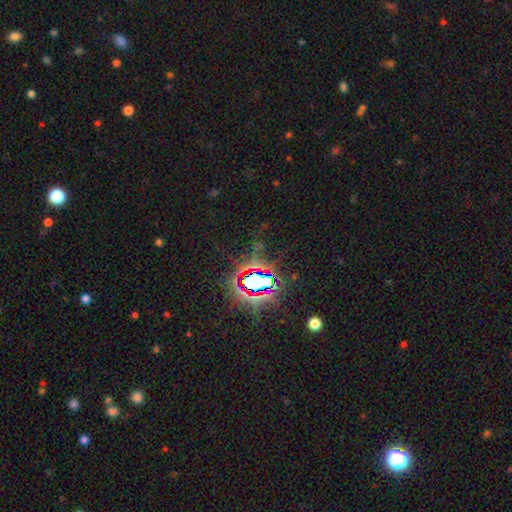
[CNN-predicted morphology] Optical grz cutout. It shows a star or artifact, not a galaxy (82%).